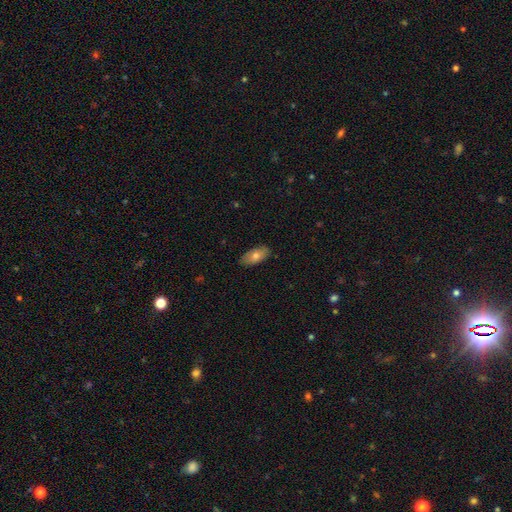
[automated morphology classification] Q: Smooth or featured?
A: smooth (73%); runner-up: featured or disk (20%)
Q: How rounded?
A: in between (89%); runner-up: cigar-shaped (8%)
Q: Merging?
A: none (87%); runner-up: minor disturbance (11%)